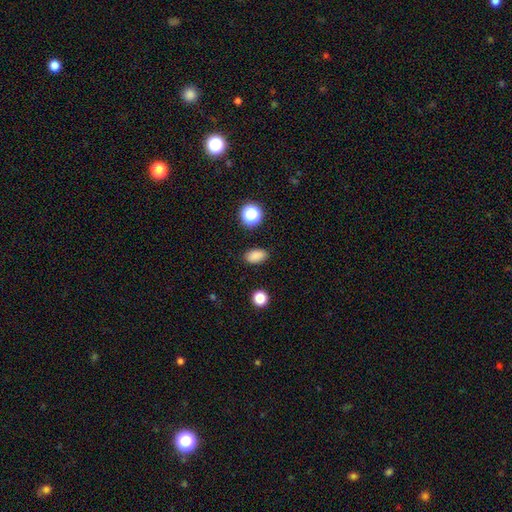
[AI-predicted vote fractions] Smooth or featured? smooth (85%)
How rounded? in between (87%)
Merging? none (88%)